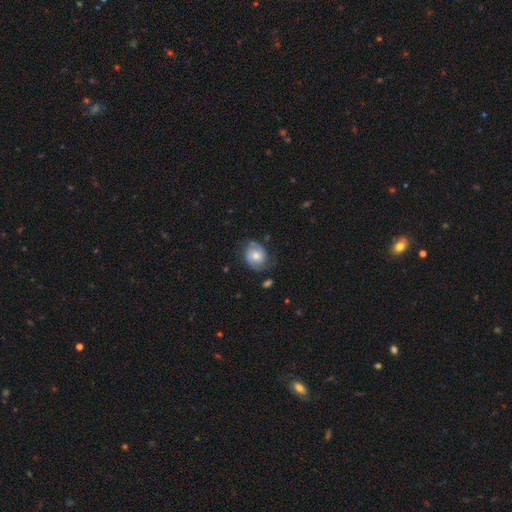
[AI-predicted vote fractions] smooth-or-featured: featured or disk: 61% | smooth: 32% | star or artifact: 7%
  disk-edge-on: no: 97% | yes: 3%
    bar: no: 64% | weak: 30% | strong: 6%
    has-spiral-arms: yes: 88% | no: 12%
      spiral-winding: medium: 43% | tight: 37% | loose: 19%
      spiral-arm-count: 2: 83% | can't tell: 10% | 1: 3% | 3: 2% | 4: 1% | more than 4: 1%
    bulge-size: moderate: 63% | small: 27% | large: 7% | none: 2% | dominant: 1%
  merging: none: 69% | minor disturbance: 22% | major disturbance: 8% | merger: 2%